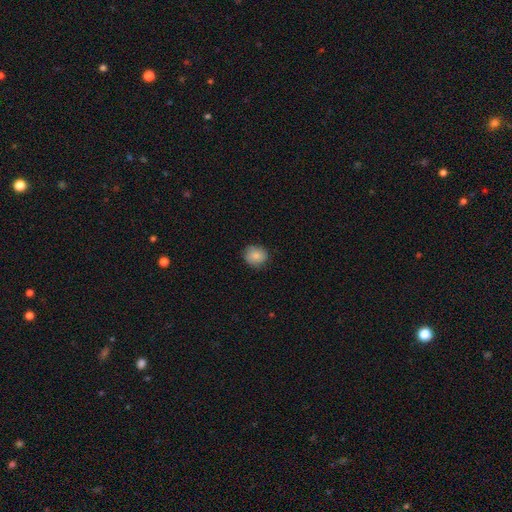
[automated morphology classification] type=smooth (84%); roundness=round (74%); merging=none (82%).